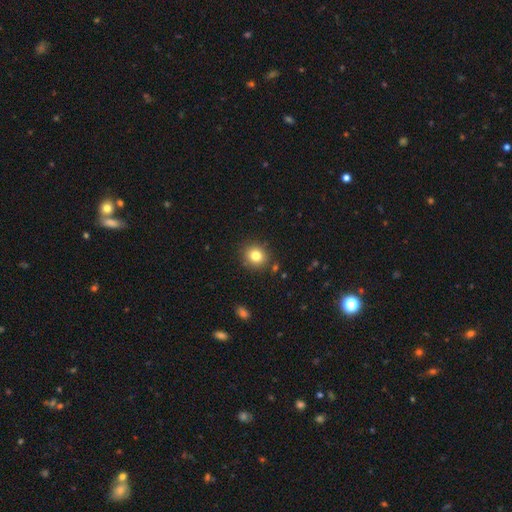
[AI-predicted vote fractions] smooth-or-featured: smooth: 80% | star or artifact: 12% | featured or disk: 8%
  how-rounded: round: 83% | in between: 17% | cigar-shaped: 1%
  merging: none: 87% | minor disturbance: 8% | merger: 2% | major disturbance: 2%